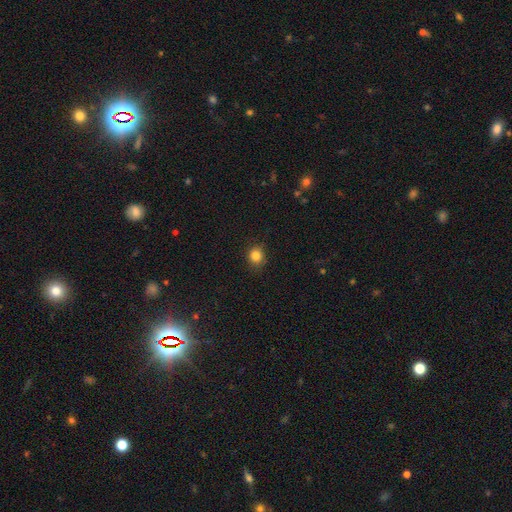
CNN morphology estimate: The model was most divided on "how rounded": round: 79%, in between: 20%, cigar-shaped: 1%. More confident: merging — none (85%); smooth or featured — smooth (84%).